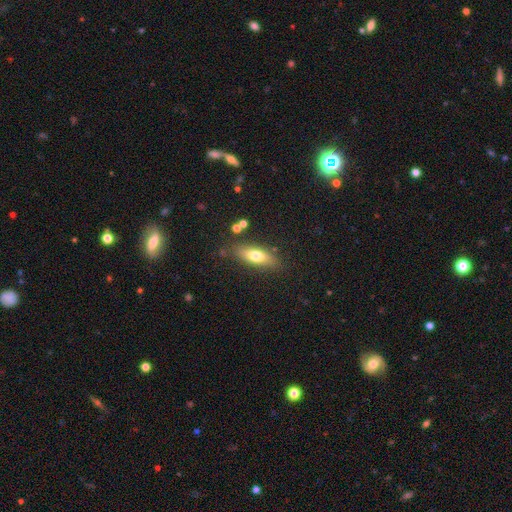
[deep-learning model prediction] A smooth galaxy with no disk features (68%) that is in between round and cigar-shaped (62%).

Vote fractions:
- Smooth or featured? smooth: 68% / featured or disk: 24% / star or artifact: 8%
- How rounded? in between: 62% / cigar-shaped: 35% / round: 3%
- Merging? none: 80% / minor disturbance: 13% / major disturbance: 3% / merger: 3%